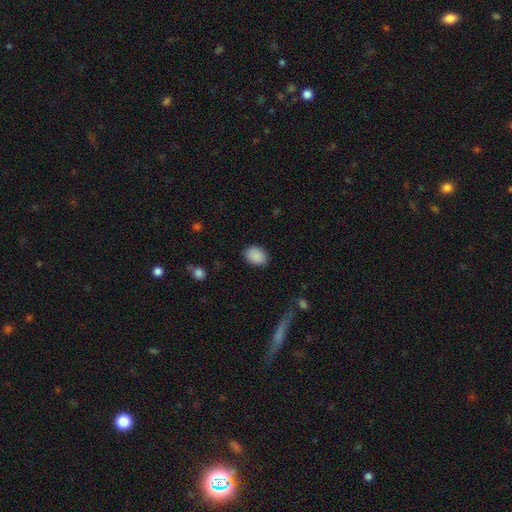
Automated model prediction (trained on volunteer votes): Morphology: type=smooth (90%); roundness=in between (75%); merging=none (86%).